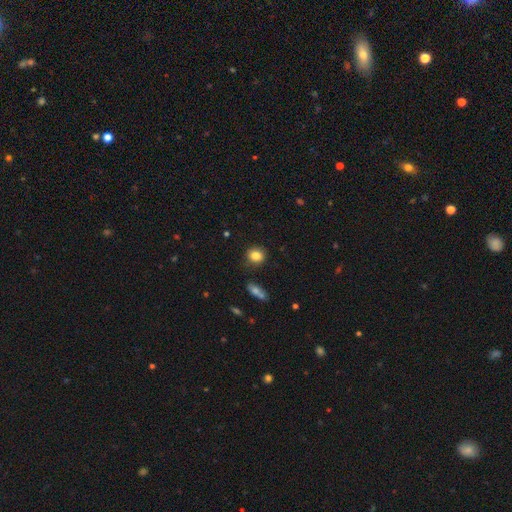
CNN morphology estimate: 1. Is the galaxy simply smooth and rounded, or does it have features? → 84% smooth, 10% star or artifact, 6% featured or disk.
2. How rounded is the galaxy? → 78% round, 21% in between, 1% cigar-shaped.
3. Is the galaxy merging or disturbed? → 85% none, 11% minor disturbance, 3% major disturbance, 2% merger.